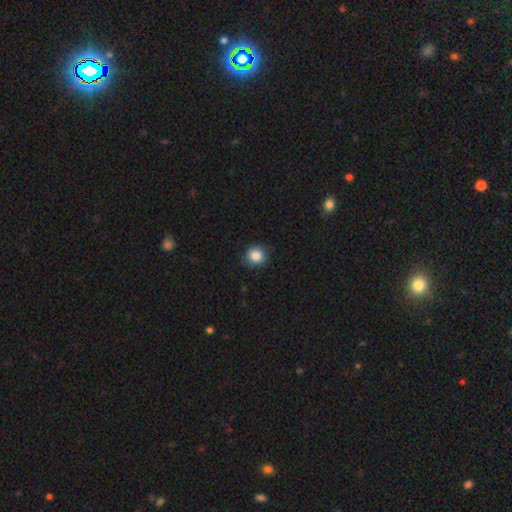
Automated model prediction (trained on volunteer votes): A smooth galaxy with no disk features (85%) that is round (86%). Merging: none (83%).